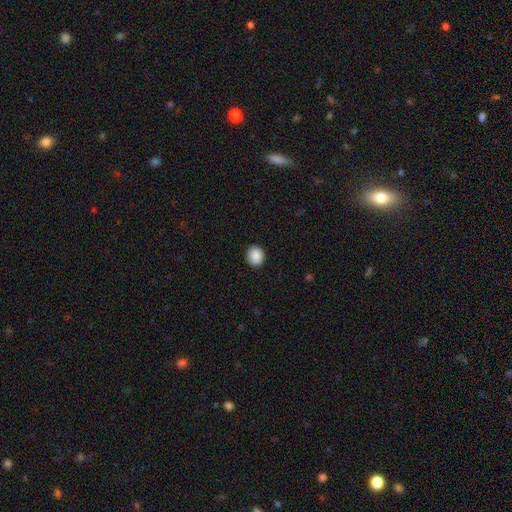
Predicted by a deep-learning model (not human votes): Overall: smooth (90%). How rounded: round (72%). Merging: none (91%).